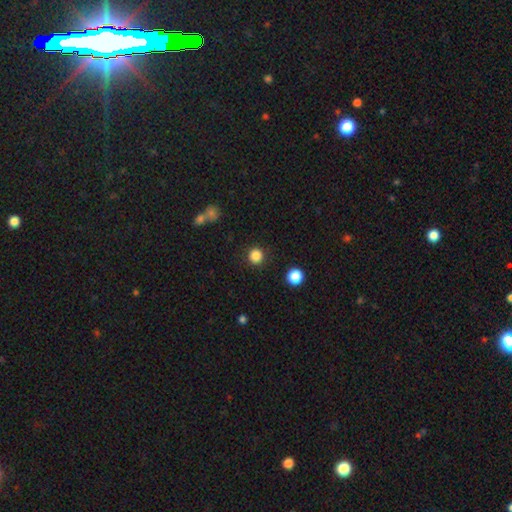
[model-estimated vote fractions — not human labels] Morphology: type=smooth (85%); roundness=round (94%); merging=none (90%).